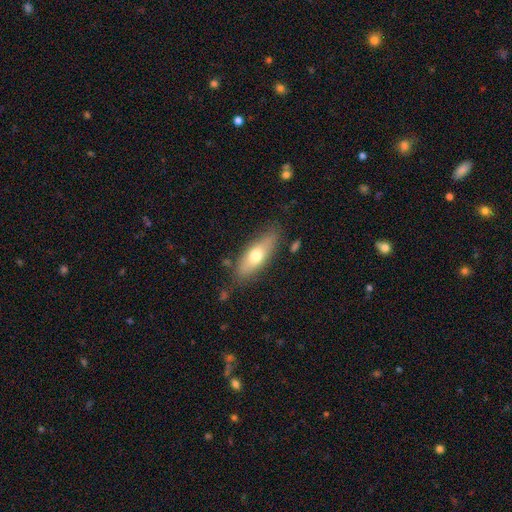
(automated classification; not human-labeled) Overall: smooth (64%; featured or disk 29%). How rounded: in between (60%; cigar-shaped 38%). Merging: none (79%).